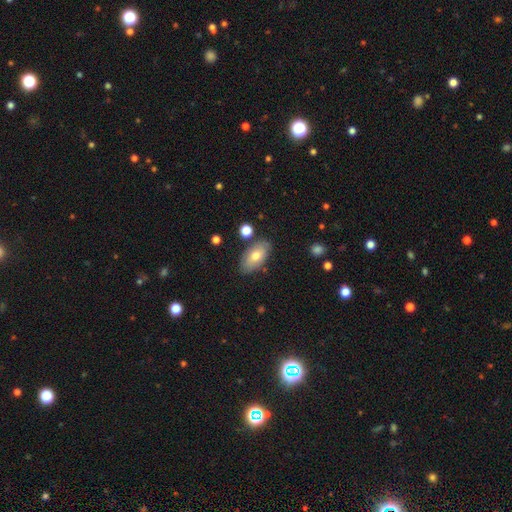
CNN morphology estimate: This is likely a smooth galaxy (68%). How rounded: clearly in between (92%). Merging: likely none (80%).